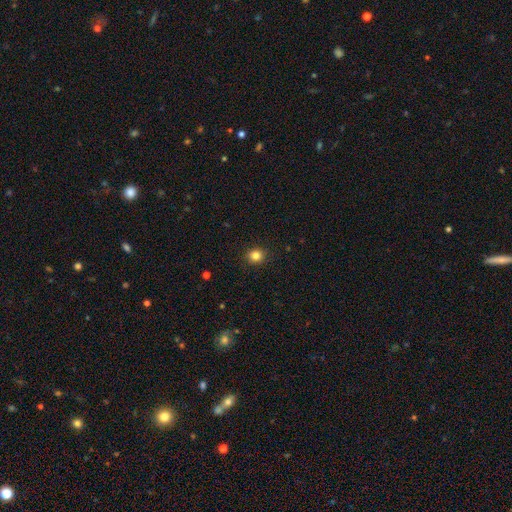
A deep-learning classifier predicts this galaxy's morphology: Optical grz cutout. It shows a smooth galaxy with no disk features (84%) that is round (84%). Merging: none (91%).